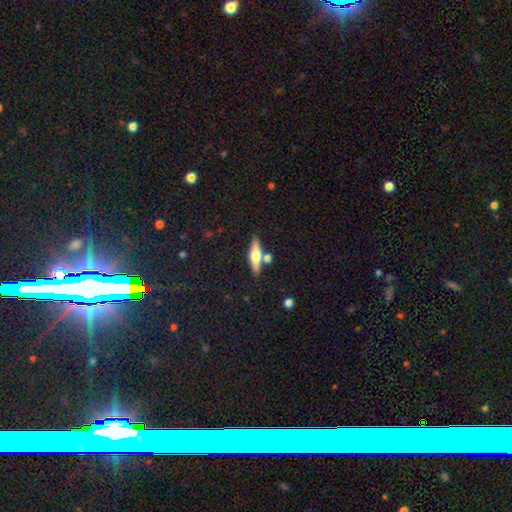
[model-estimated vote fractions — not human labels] Smooth or featured? Predicted: featured or disk (p=0.51). Edge-on disk? Predicted: yes (p=0.93). Merging? Predicted: none (p=0.75).